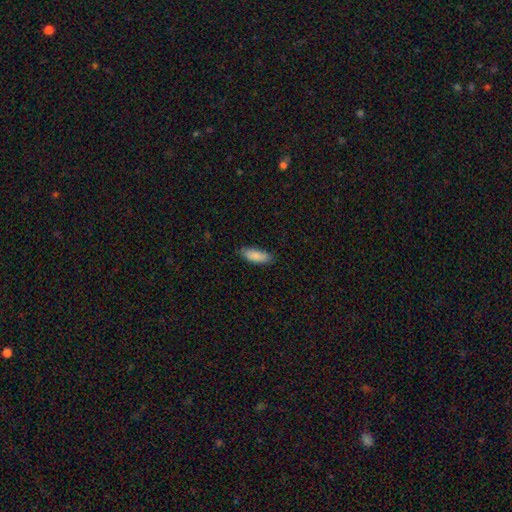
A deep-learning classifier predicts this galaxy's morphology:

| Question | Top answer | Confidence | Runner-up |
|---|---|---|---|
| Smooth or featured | smooth | 88% | star or artifact (6%) |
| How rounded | in between | 67% | cigar-shaped (31%) |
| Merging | none | 83% | minor disturbance (14%) |